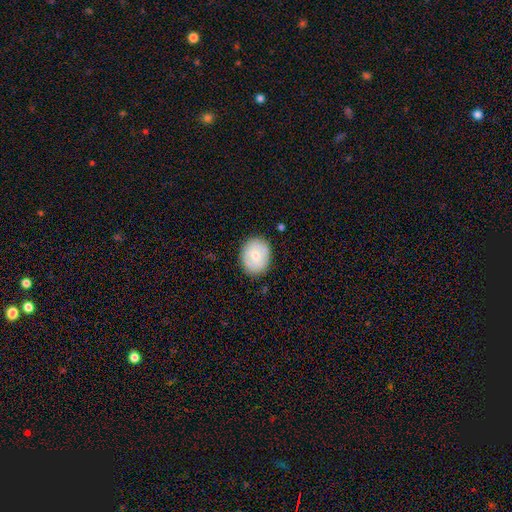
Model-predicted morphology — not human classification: Q: Smooth or featured?
A: smooth (70%); runner-up: featured or disk (23%)
Q: How rounded?
A: round (57%); runner-up: in between (42%)
Q: Merging?
A: none (85%); runner-up: minor disturbance (11%)